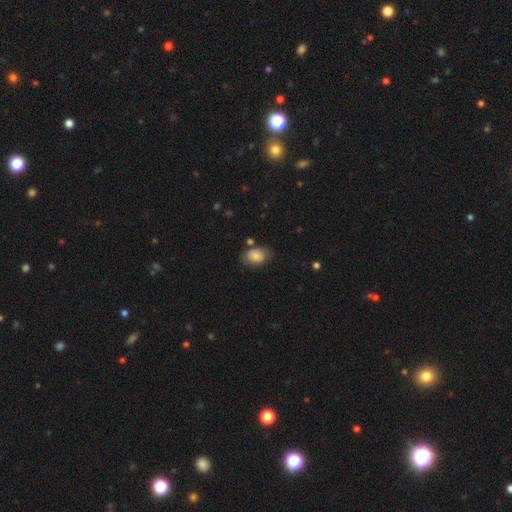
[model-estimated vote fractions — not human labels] smooth 79%, featured or disk 13%, star or artifact 8%. Down the decision tree: how rounded — in between (77%); merging — none (68%).